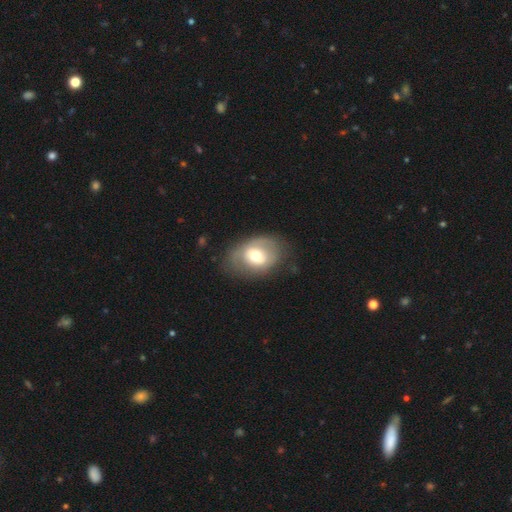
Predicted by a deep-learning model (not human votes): Q: Smooth or featured?
A: smooth (52%); runner-up: featured or disk (41%)
Q: How rounded?
A: in between (65%); runner-up: round (34%)
Q: Merging?
A: none (65%); runner-up: minor disturbance (22%)